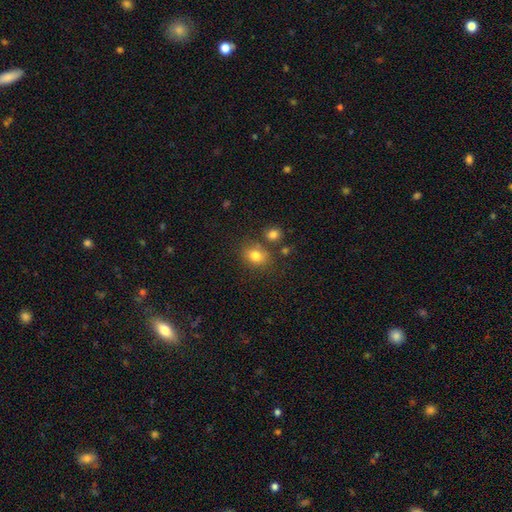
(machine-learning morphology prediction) Q: Smooth or featured?
A: smooth (80%); runner-up: star or artifact (12%)
Q: How rounded?
A: in between (55%); runner-up: round (43%)
Q: Merging?
A: none (70%); runner-up: minor disturbance (14%)